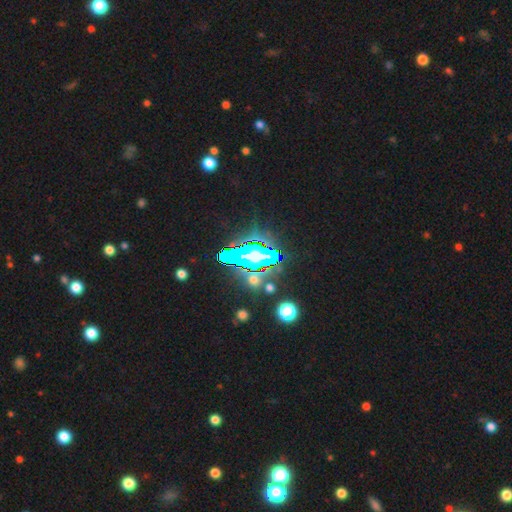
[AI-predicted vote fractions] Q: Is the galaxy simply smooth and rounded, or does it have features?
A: star or artifact — 76%.